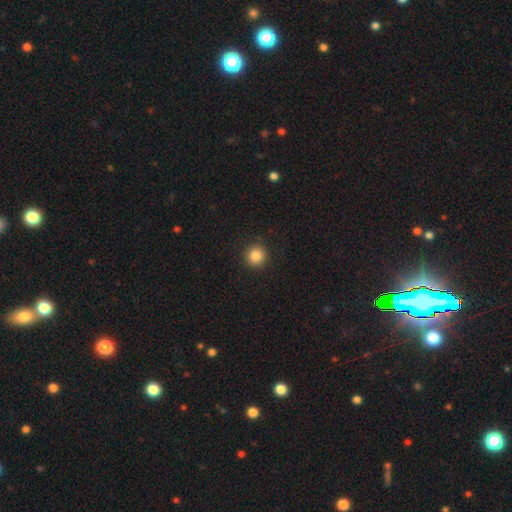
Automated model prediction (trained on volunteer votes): A smooth galaxy with no disk features (86%) that is round (94%). Merging: none (91%).